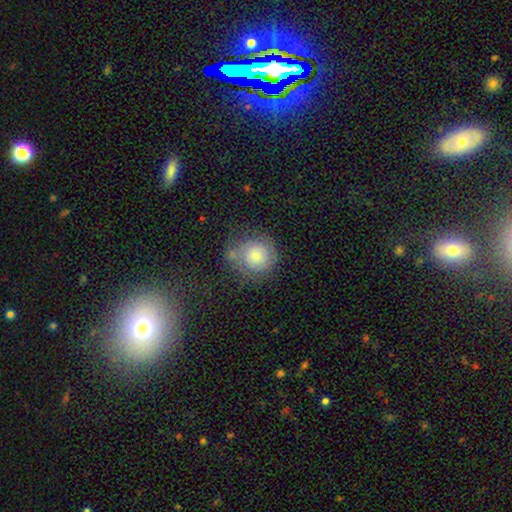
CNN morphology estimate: Smooth or featured? smooth (51%)
How rounded? round (87%)
Merging? none (55%)